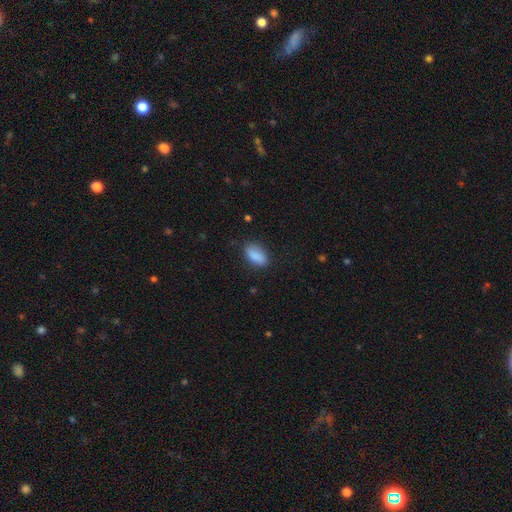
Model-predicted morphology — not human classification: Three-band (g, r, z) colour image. It shows a smooth galaxy with no disk features (88%) that is in between round and cigar-shaped (90%). Merging: none (82%).